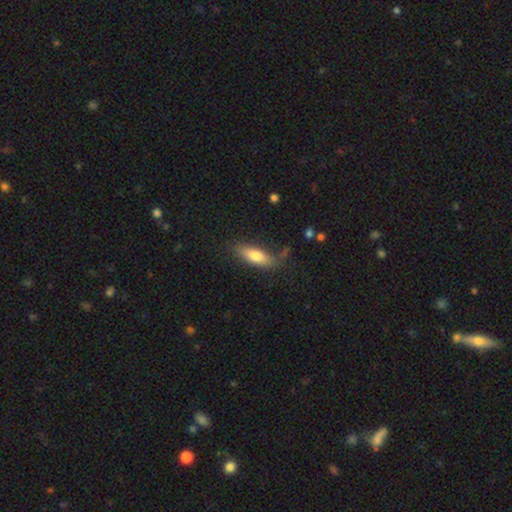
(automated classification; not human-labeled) Smooth or featured?
  - smooth: 76% *
  - featured or disk: 17%
  - star or artifact: 6%
How rounded?
  - in between: 59% *
  - cigar-shaped: 39%
  - round: 2%
Merging?
  - none: 75% *
  - minor disturbance: 17%
  - major disturbance: 5%
  - merger: 3%